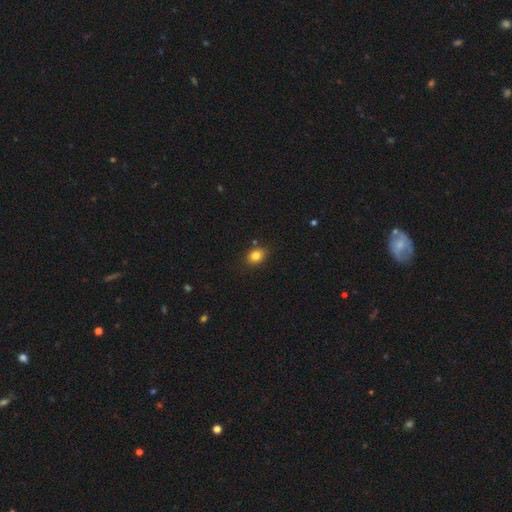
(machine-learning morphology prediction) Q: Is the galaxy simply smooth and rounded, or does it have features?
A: smooth — 82%.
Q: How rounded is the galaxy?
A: in between — 64%.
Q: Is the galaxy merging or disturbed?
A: none — 83%.